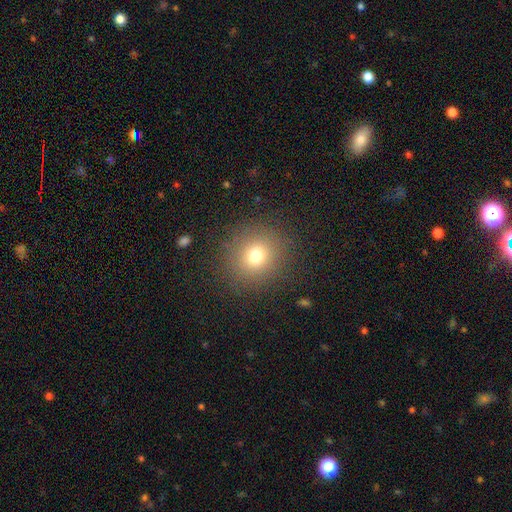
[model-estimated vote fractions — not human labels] Smooth or featured? Predicted: smooth (p=0.74). How rounded? Predicted: round (p=0.88). Merging? Predicted: none (p=0.88).